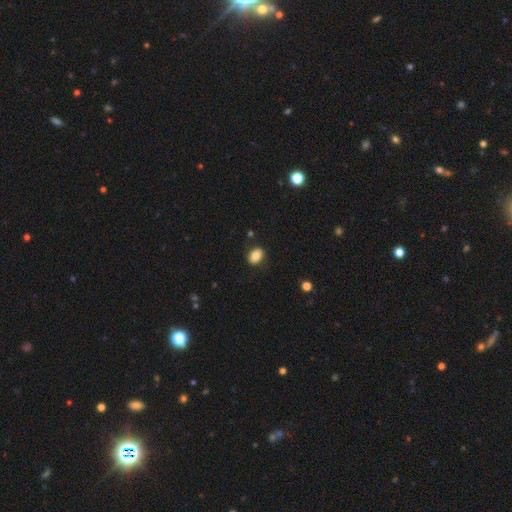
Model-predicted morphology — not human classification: smooth-or-featured: smooth: 83% | star or artifact: 9% | featured or disk: 8%
  how-rounded: in between: 71% | round: 28% | cigar-shaped: 1%
  merging: none: 85% | minor disturbance: 11% | major disturbance: 3% | merger: 1%